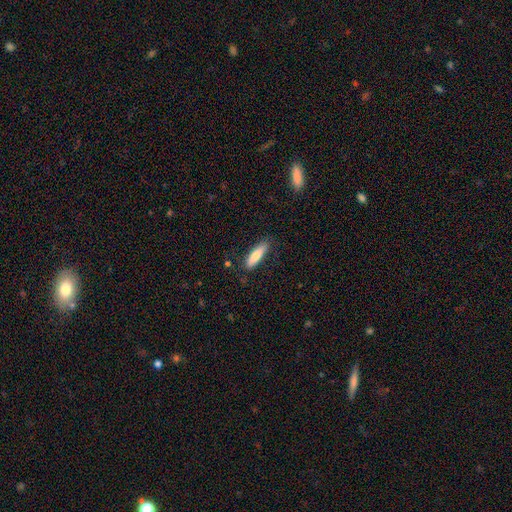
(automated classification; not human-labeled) smooth 76%, featured or disk 18%, star or artifact 6%. Down the decision tree: how rounded — cigar-shaped (70%); merging — none (84%).